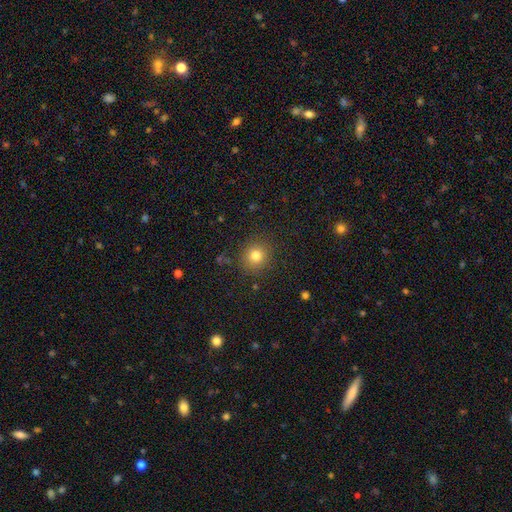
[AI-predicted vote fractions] Q: Smooth or featured?
A: smooth (80%); runner-up: star or artifact (13%)
Q: How rounded?
A: round (89%); runner-up: in between (10%)
Q: Merging?
A: none (88%); runner-up: minor disturbance (8%)